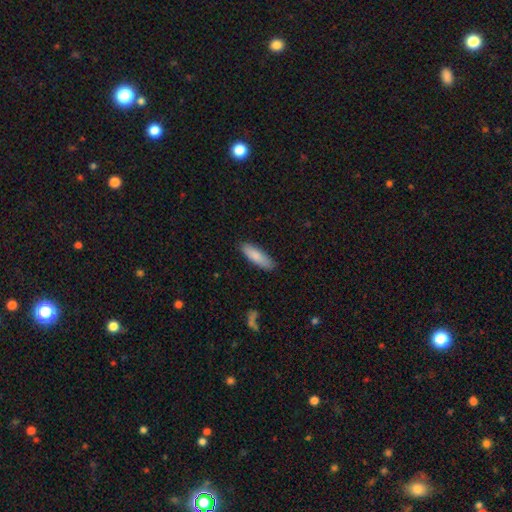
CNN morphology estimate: Smooth or featured: smooth — 86% (featured or disk — 8%)
How rounded: cigar-shaped — 50% (in between — 49%)
Merging: none — 87% (minor disturbance — 10%)